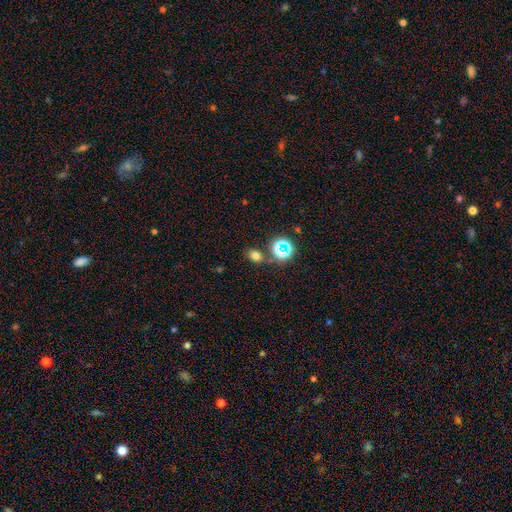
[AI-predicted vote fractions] smooth-or-featured: smooth: 70% | star or artifact: 22% | featured or disk: 8%
  how-rounded: in between: 60% | round: 39% | cigar-shaped: 1%
  merging: none: 80% | minor disturbance: 9% | merger: 8% | major disturbance: 3%